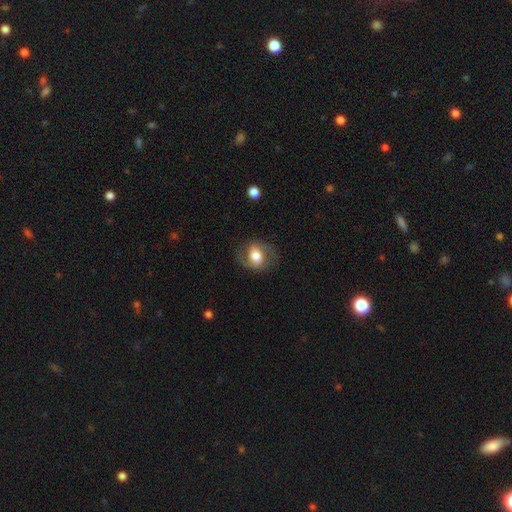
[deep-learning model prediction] Morphology: type=smooth (46%, tied with featured or disk); merging=none (73%).